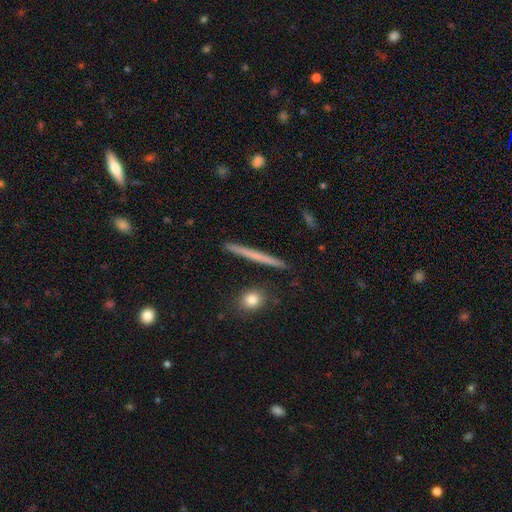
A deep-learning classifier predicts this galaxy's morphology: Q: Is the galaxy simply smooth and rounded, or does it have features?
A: smooth — 51%.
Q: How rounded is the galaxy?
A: cigar-shaped — 95%.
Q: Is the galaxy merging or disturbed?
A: none — 91%.